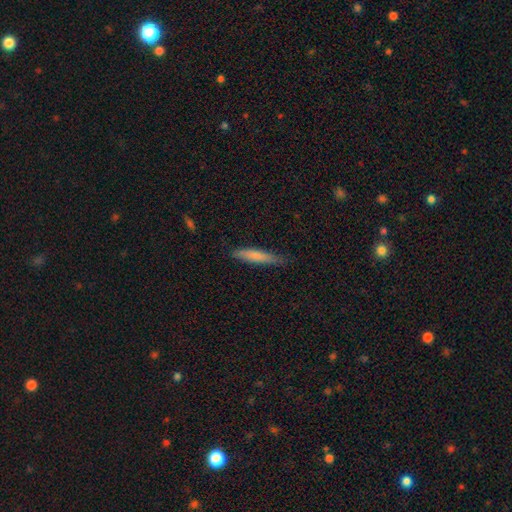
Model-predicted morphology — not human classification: type=smooth (75%); roundness=cigar-shaped (90%); merging=none (78%).